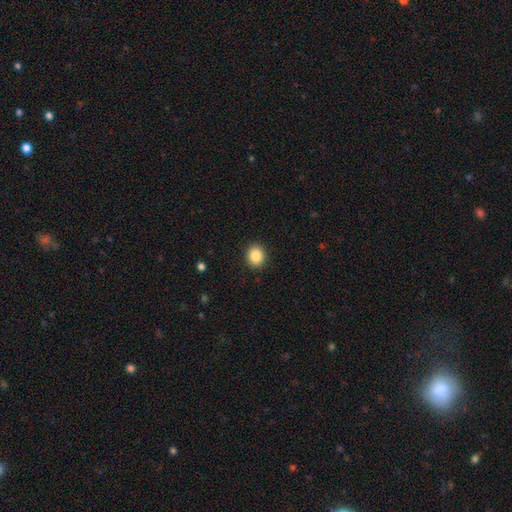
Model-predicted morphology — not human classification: Overall: smooth (88%). How rounded: round (66%; in between 34%). Merging: none (91%).